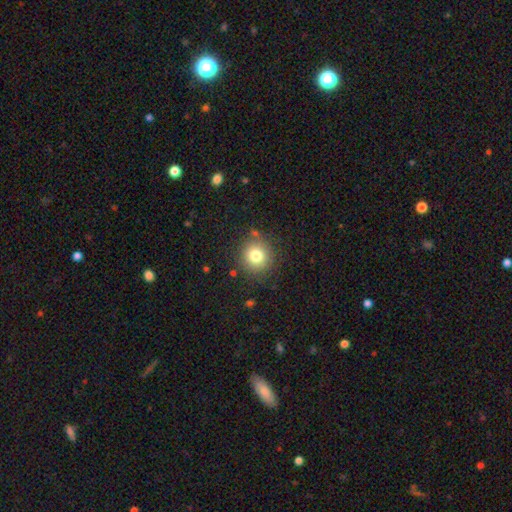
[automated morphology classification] Overall: smooth (79%). How rounded: round (91%). Merging: none (85%).